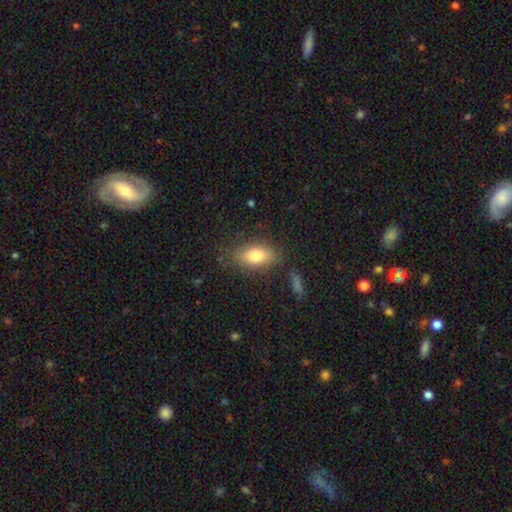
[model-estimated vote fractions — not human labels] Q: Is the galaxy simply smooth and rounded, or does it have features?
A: smooth — 79%.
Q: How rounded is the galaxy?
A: in between — 87%.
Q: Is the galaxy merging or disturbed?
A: none — 78%.